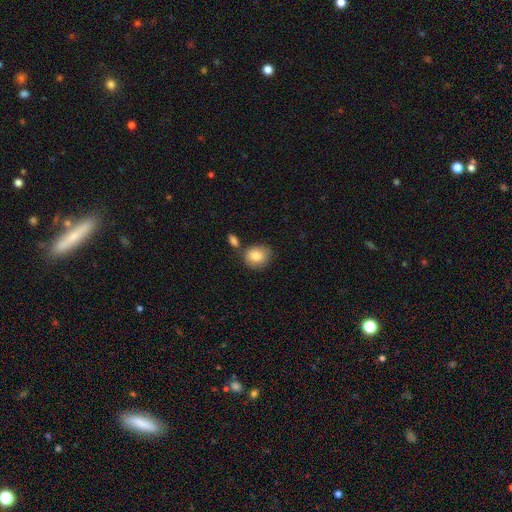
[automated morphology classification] smooth-or-featured: smooth: 84% | featured or disk: 9% | star or artifact: 7%
  how-rounded: round: 62% | in between: 37% | cigar-shaped: 1%
  merging: none: 64% | minor disturbance: 17% | merger: 15% | major disturbance: 4%